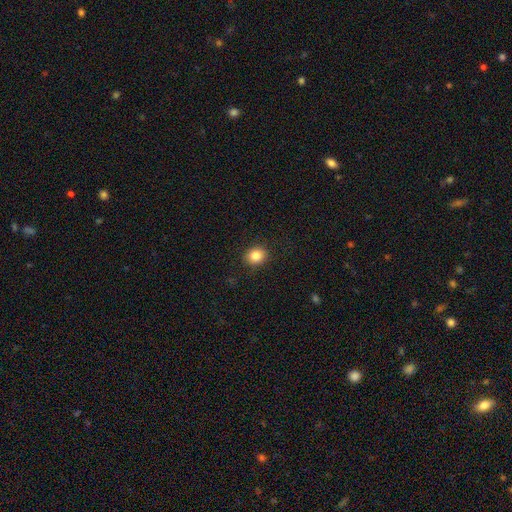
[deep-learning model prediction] This appears to be a smooth galaxy with no disk features (85%) that is round (70%). Merging: none (89%).